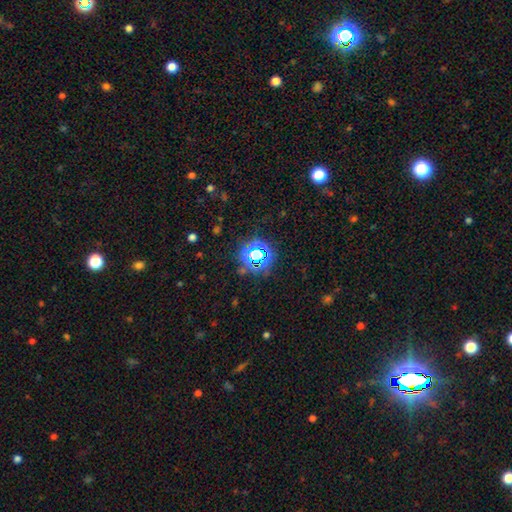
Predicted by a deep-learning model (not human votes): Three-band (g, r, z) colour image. It shows a star or artifact, not a galaxy (68%).